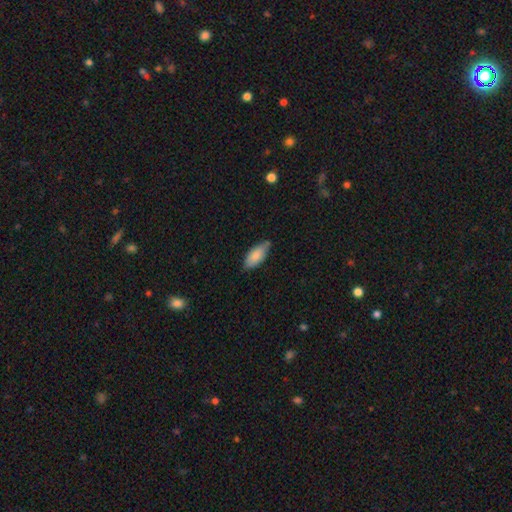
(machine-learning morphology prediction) Smooth or featured? smooth (85%)
How rounded? in between (84%)
Merging? none (72%)